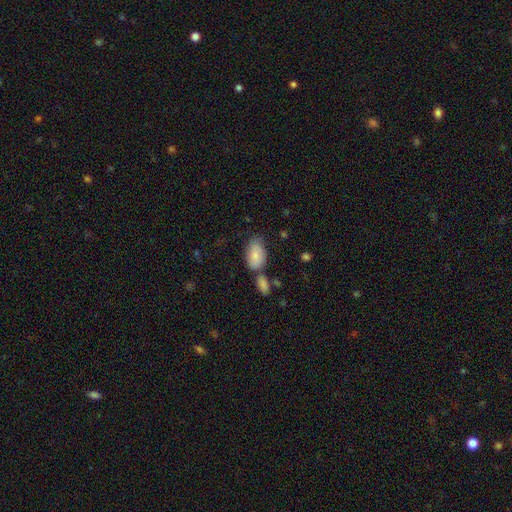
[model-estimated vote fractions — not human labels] A smooth galaxy with no disk features (80%) that is in between round and cigar-shaped (92%). Merging: none (56%).